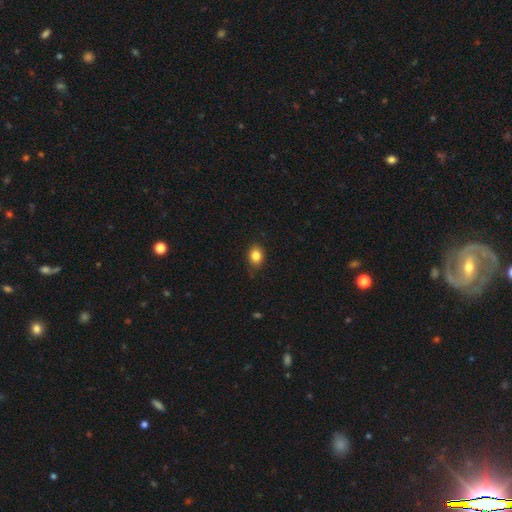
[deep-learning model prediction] A smooth galaxy with no disk features (84%) that is in between round and cigar-shaped (57%). Merging: none (81%).